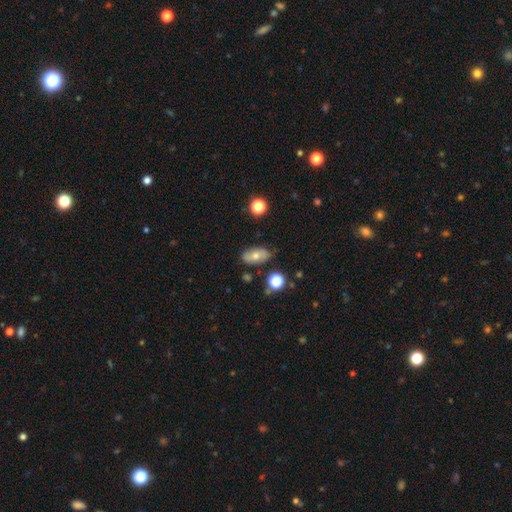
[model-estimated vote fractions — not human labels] Smooth or featured: smooth — 62% (featured or disk — 29%)
How rounded: in between — 88% (round — 8%)
Merging: none — 77% (minor disturbance — 16%)